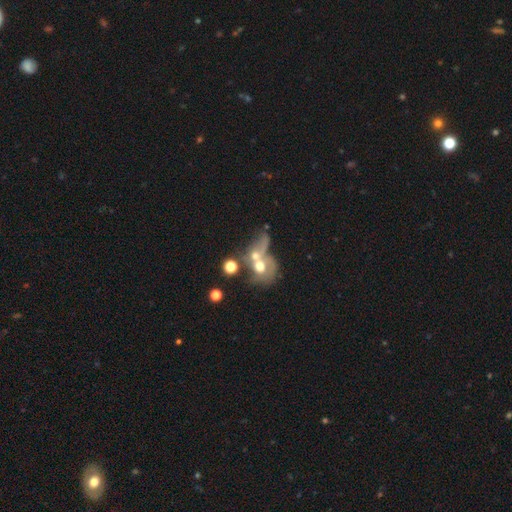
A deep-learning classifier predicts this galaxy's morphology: Overall: smooth (49%; featured or disk 38%). Merging: merger (67%).